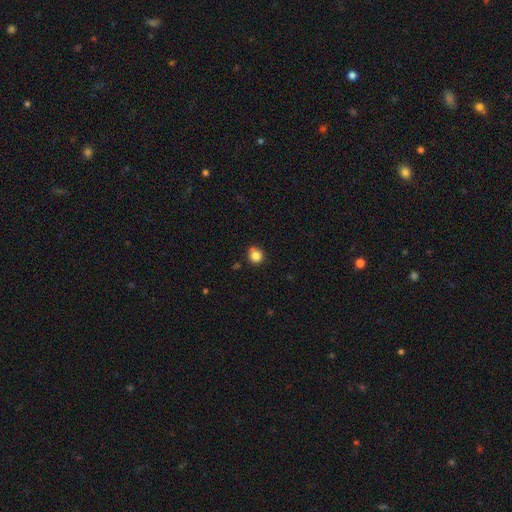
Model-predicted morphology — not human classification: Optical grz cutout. It shows a smooth galaxy with no disk features (83%) that is round (85%). Merging: none (71%).